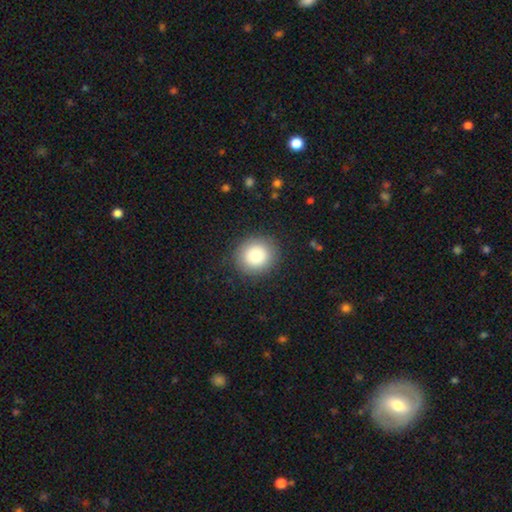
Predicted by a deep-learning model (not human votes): smooth-or-featured: smooth: 80% | featured or disk: 11% | star or artifact: 9%
  how-rounded: round: 89% | in between: 10% | cigar-shaped: 1%
  merging: none: 88% | minor disturbance: 8% | major disturbance: 3% | merger: 1%